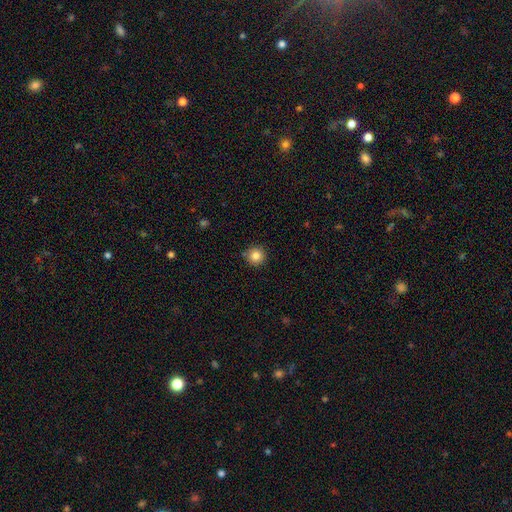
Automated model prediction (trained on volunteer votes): smooth 83%, star or artifact 11%, featured or disk 6%. Down the decision tree: how rounded — round (95%); merging — none (87%).